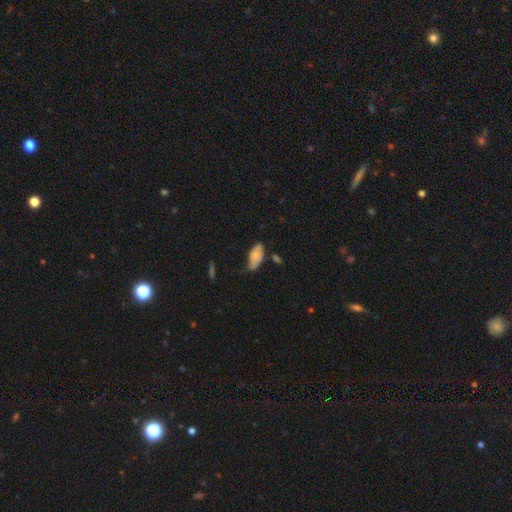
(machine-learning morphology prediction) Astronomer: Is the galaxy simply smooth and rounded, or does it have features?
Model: smooth — 72%.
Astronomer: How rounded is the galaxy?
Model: in between — 92%.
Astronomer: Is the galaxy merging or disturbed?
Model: none — 46% (runner-up: minor disturbance, 39%).